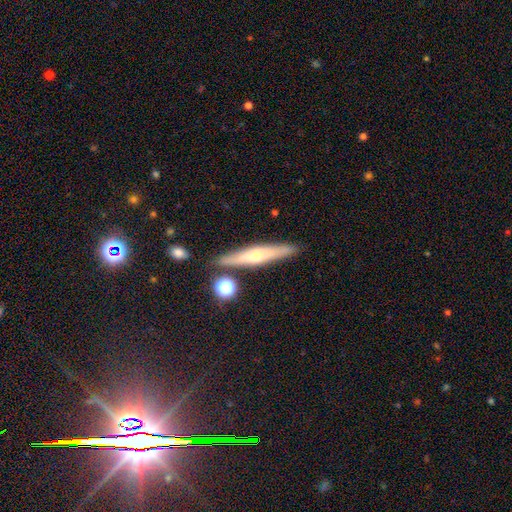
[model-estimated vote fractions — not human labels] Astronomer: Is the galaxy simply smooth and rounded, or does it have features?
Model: featured or disk — 50% (runner-up: smooth, 42%).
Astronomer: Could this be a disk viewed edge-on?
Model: yes — 93%.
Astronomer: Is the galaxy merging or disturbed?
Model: none — 84%.